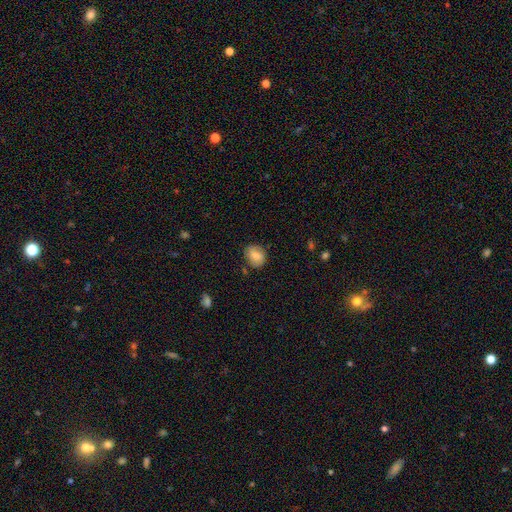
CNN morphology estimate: type=smooth (66%); roundness=round (52%); merging=none (75%).